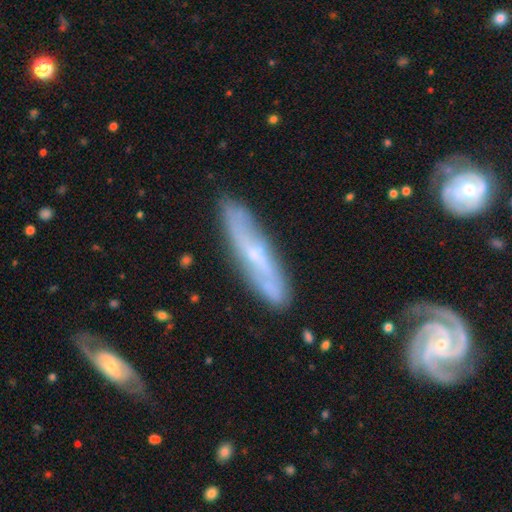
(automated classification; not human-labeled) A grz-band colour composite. It shows a featured or disk galaxy (65%). Merging: none (80%).